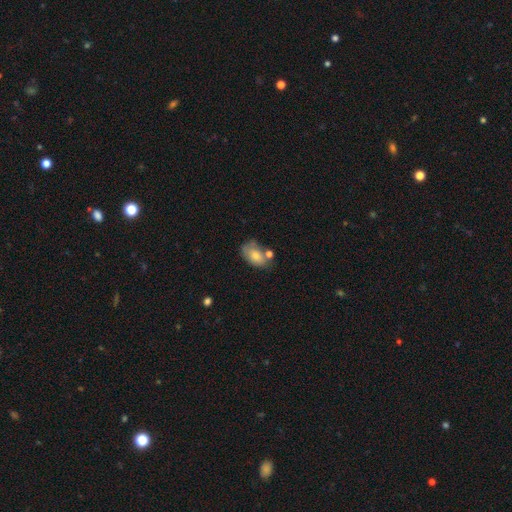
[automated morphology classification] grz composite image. It shows a smooth galaxy with no disk features (72%) that is in between round and cigar-shaped (89%). Merging: none (47%).